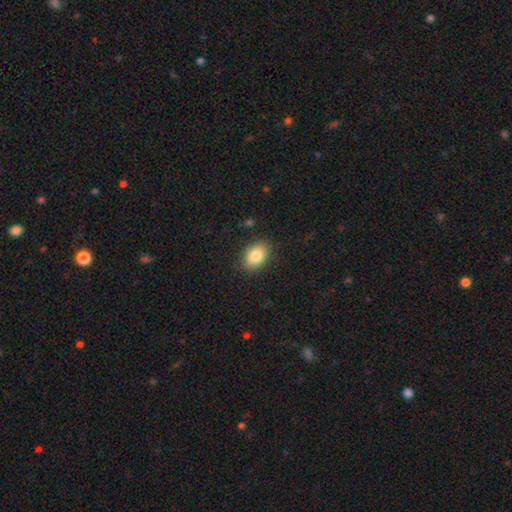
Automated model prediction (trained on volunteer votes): Morphology: type=smooth (85%); roundness=in between (81%); merging=none (87%).